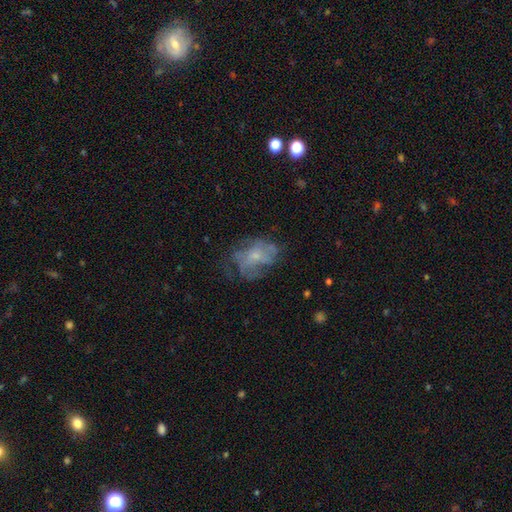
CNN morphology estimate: smooth_or_featured: featured or disk (p=0.57) [alt: smooth p=0.30]
disk_edge_on: no (p=0.97) [alt: yes p=0.03]
bar: no (p=0.80) [alt: weak p=0.17]
has_spiral_arms: no (p=0.51) [alt: yes p=0.49]
bulge_size: small (p=0.63) [alt: moderate p=0.21]
merging: none (p=0.49) [alt: major disturbance p=0.25]